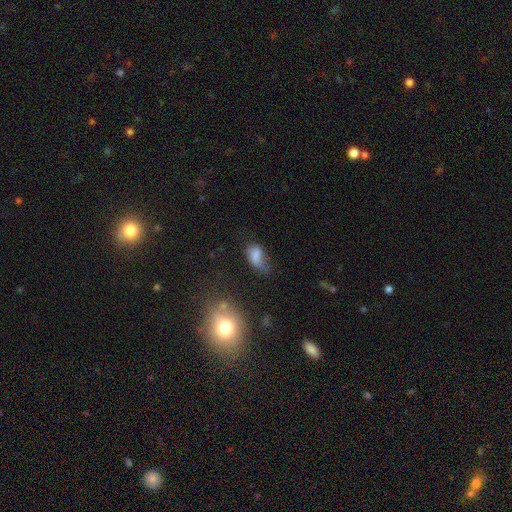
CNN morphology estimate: type=smooth (72%); roundness=in between (88%); merging=minor disturbance (35%).